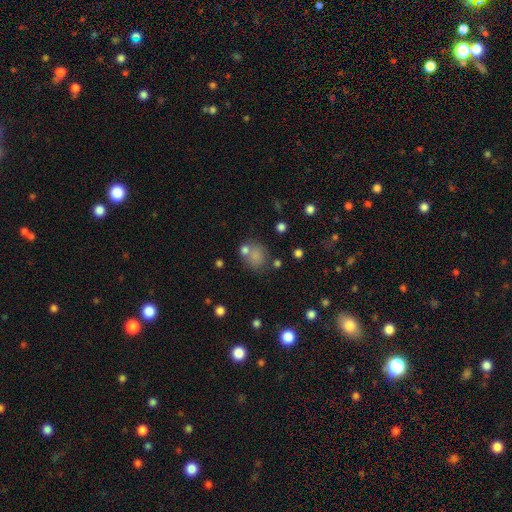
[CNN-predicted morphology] Smooth or featured?
  - smooth: 76% *
  - star or artifact: 14%
  - featured or disk: 10%
How rounded?
  - round: 75% *
  - in between: 24%
  - cigar-shaped: 1%
Merging?
  - none: 57% *
  - merger: 21%
  - minor disturbance: 15%
  - major disturbance: 7%